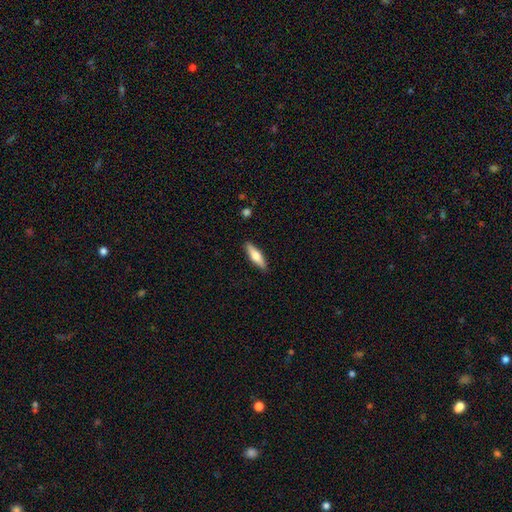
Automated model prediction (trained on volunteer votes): Smooth or featured: smooth — 57% (featured or disk — 37%)
How rounded: cigar-shaped — 63% (in between — 35%)
Merging: none — 89% (minor disturbance — 8%)